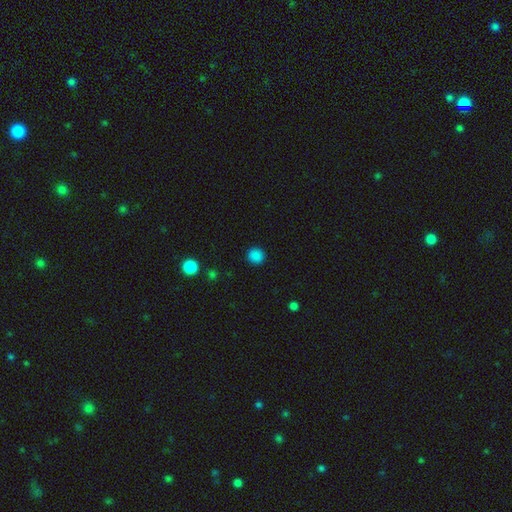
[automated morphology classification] Smooth or featured?
  - smooth: 85% *
  - star or artifact: 12%
  - featured or disk: 3%
How rounded?
  - round: 90% *
  - in between: 9%
  - cigar-shaped: 1%
Merging?
  - none: 91% *
  - minor disturbance: 6%
  - major disturbance: 2%
  - merger: 1%